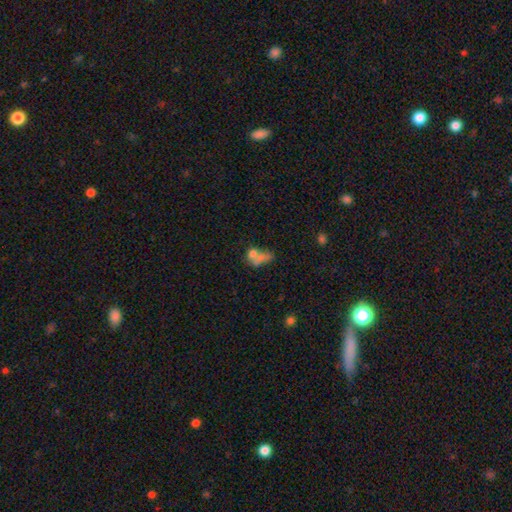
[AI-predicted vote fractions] The model was most divided on "how rounded": in between: 61%, round: 34%, cigar-shaped: 5%. More confident: smooth or featured — smooth (60%); merging — merger (51%).